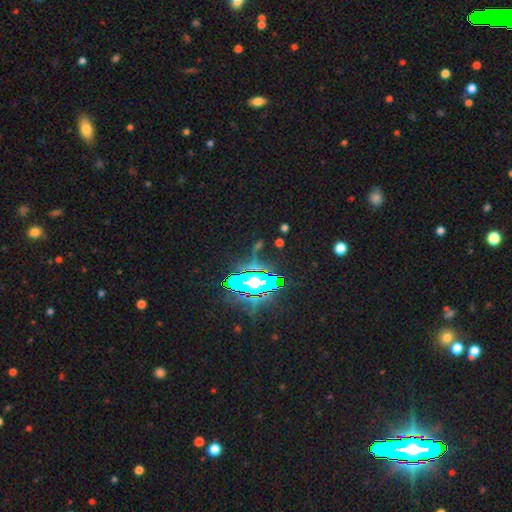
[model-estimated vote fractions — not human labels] Smooth or featured? Predicted: star or artifact (p=0.75).